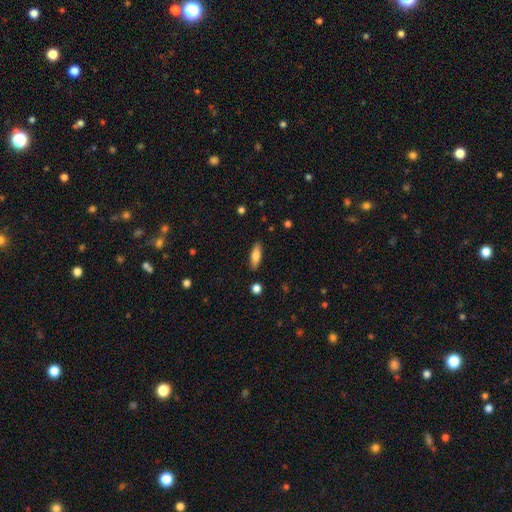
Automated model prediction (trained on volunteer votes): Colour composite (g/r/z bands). It shows a smooth galaxy with no disk features (73%) that is in between round and cigar-shaped (58%). Merging: none (87%).